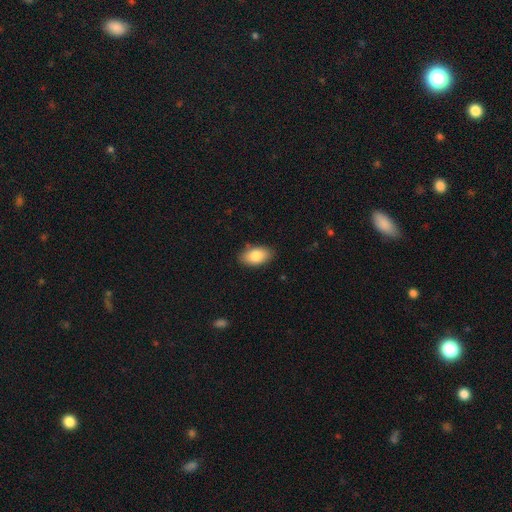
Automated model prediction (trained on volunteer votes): smooth 84%, featured or disk 9%, star or artifact 7%. Down the decision tree: how rounded — in between (93%); merging — none (85%).